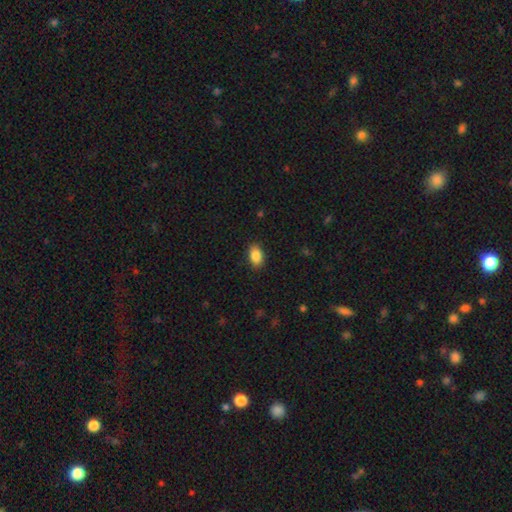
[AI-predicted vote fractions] Smooth or featured: smooth — 88% (star or artifact — 8%)
How rounded: in between — 87% (round — 12%)
Merging: none — 88% (minor disturbance — 9%)